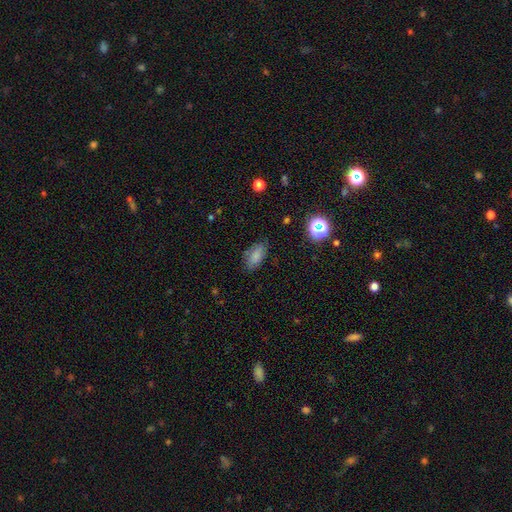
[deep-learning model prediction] This appears to be a smooth galaxy with no disk features (80%) that is in between round and cigar-shaped (90%). Merging: none (77%).